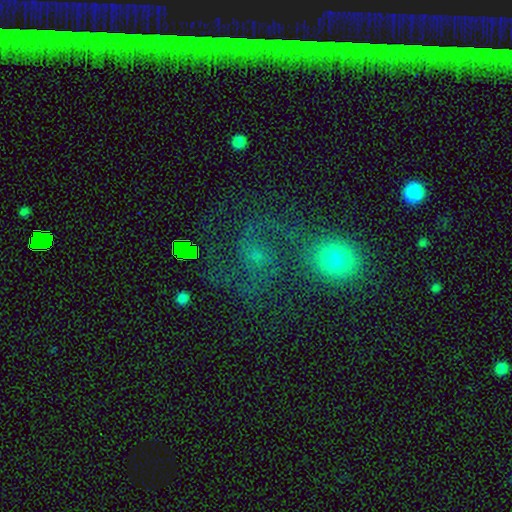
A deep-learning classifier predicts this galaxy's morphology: A featured or disk galaxy (42%). Merging: none (52%).